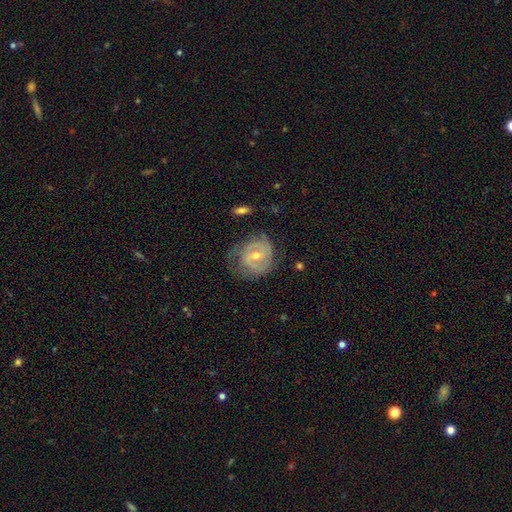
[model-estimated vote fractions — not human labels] Morphology: type=featured or disk (73%); edge-on=no (97%); bar=weak (48%); spiral arms=yes (83%); winding=tight (58%); arm count=2 (50%); bulge=moderate (49%); merging=none (62%).